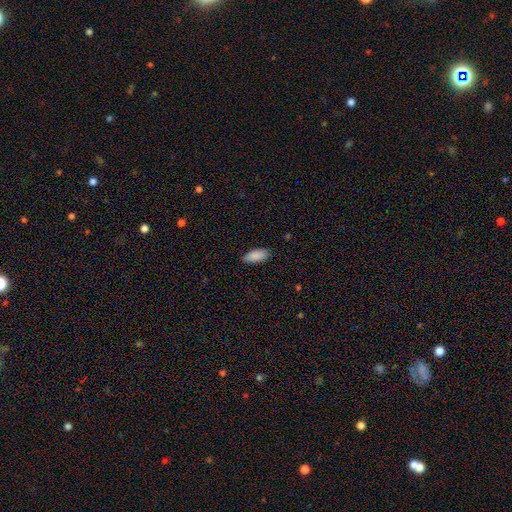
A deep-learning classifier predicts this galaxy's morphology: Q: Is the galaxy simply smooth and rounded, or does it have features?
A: smooth — 90%.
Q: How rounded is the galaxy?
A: in between — 86%.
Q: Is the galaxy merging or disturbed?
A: none — 86%.